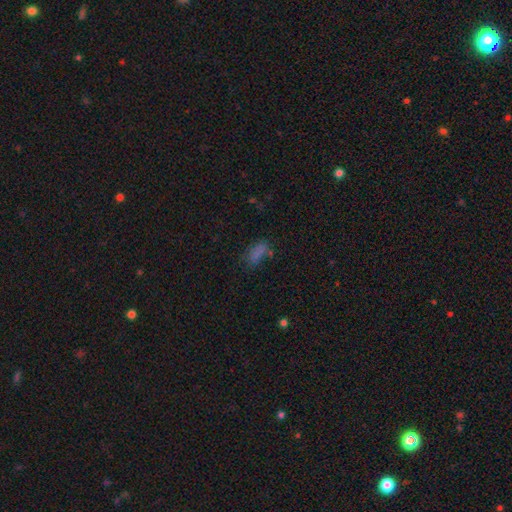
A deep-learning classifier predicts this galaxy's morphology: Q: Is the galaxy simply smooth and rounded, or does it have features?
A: smooth — 72%.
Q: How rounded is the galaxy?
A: in between — 66%.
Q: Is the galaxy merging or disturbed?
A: none — 61%.